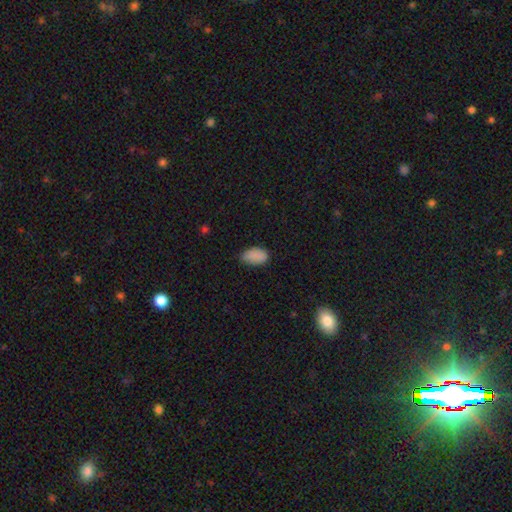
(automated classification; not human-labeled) The model was most divided on "merging": none: 68%, minor disturbance: 26%, major disturbance: 4%, merger: 1%. More confident: how rounded — in between (93%); smooth or featured — smooth (87%).